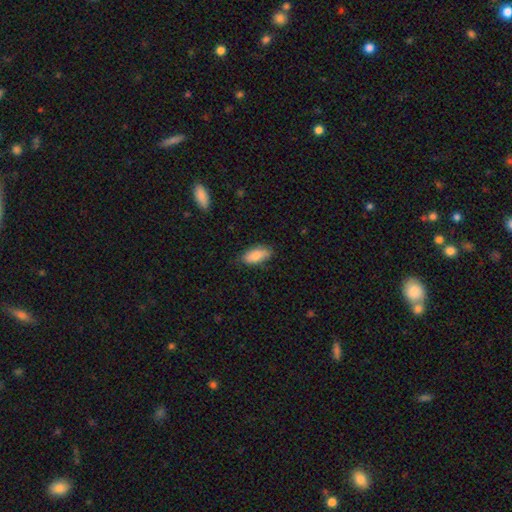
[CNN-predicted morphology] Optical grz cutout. It shows a smooth galaxy with no disk features (83%) that is in between round and cigar-shaped (88%). Merging: none (77%).